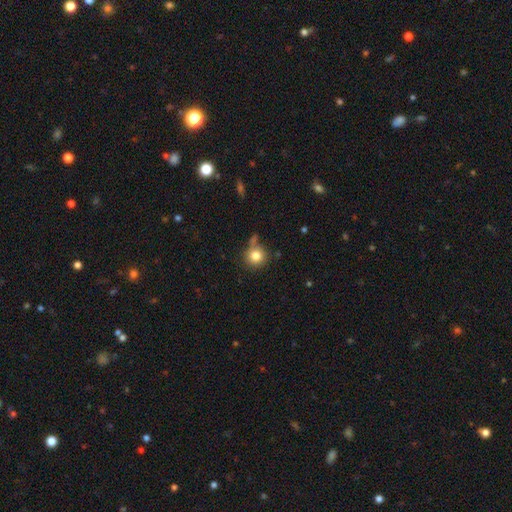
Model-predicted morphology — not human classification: This is clearly a smooth galaxy (81%). How rounded: clearly round (93%). Merging: likely none (70%).